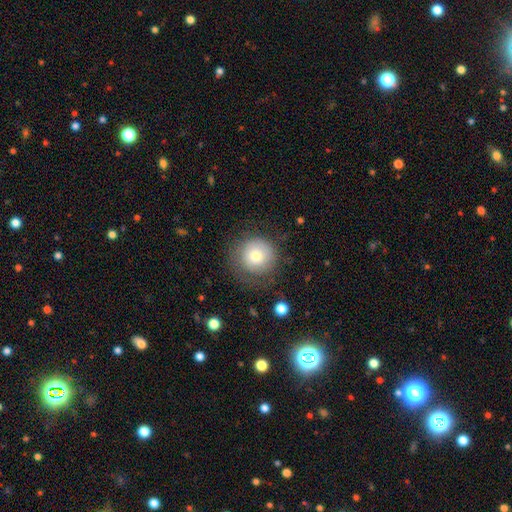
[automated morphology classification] smooth-or-featured: smooth: 72% | featured or disk: 19% | star or artifact: 9%
  how-rounded: round: 94% | in between: 5% | cigar-shaped: 1%
  merging: none: 68% | minor disturbance: 19% | major disturbance: 12% | merger: 1%